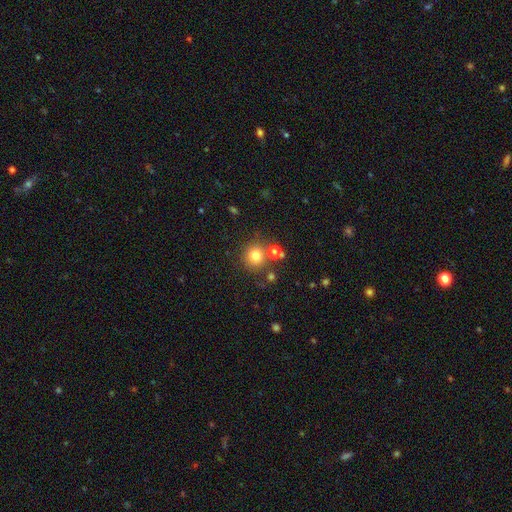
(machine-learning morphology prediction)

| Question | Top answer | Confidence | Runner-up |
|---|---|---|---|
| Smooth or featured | smooth | 77% | star or artifact (14%) |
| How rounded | round | 91% | in between (8%) |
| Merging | none | 75% | merger (12%) |